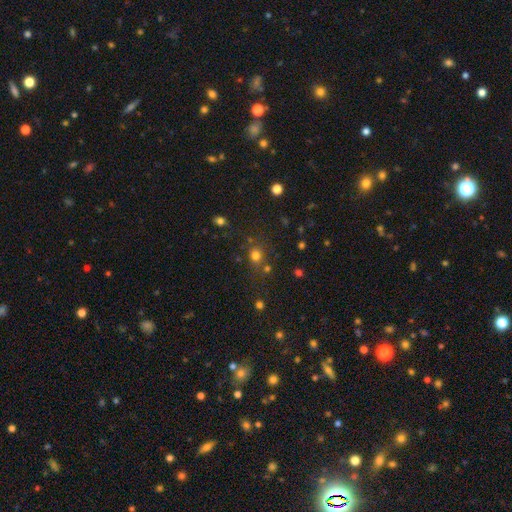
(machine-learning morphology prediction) type=smooth (74%); roundness=round (76%); merging=none (72%).